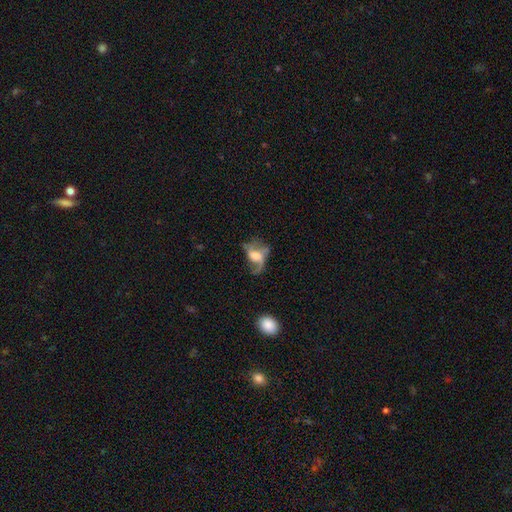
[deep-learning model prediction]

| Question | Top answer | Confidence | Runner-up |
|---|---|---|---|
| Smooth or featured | featured or disk | 64% | smooth (27%) |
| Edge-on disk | no | 96% | yes (4%) |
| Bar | no | 51% | weak (37%) |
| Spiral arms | yes | 76% | no (24%) |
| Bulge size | moderate | 32% | large (31%) |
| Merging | major disturbance | 40% | none (36%) |